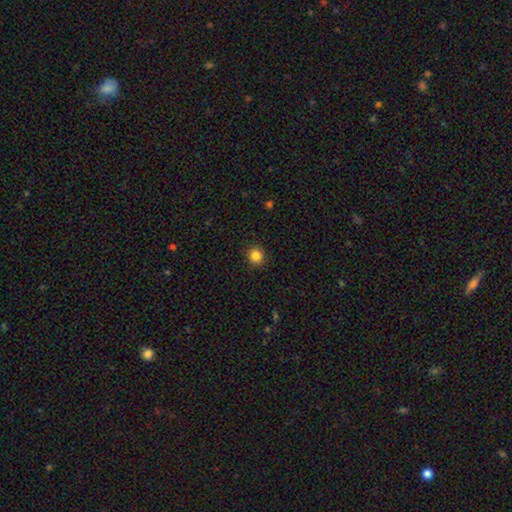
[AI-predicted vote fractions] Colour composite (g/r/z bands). It shows a smooth galaxy with no disk features (85%) that is round (90%). Merging: none (91%).